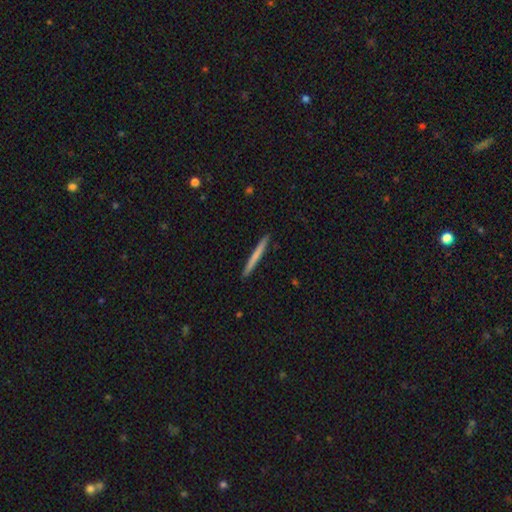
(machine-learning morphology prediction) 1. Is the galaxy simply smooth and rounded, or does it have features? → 63% smooth, 32% featured or disk, 5% star or artifact.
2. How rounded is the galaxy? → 97% cigar-shaped, 2% in between, 1% round.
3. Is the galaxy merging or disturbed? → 93% none, 5% minor disturbance, 1% major disturbance, 1% merger.